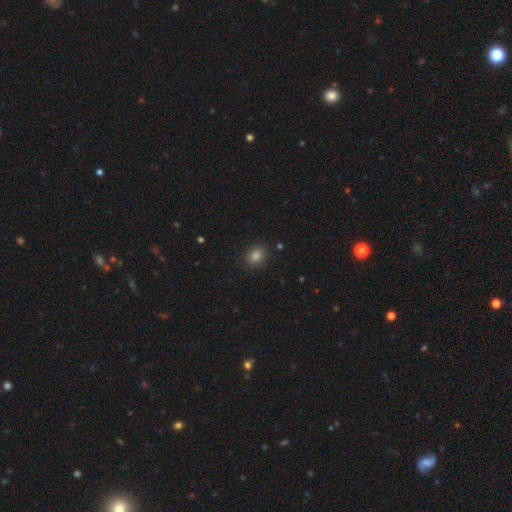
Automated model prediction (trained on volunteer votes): A smooth galaxy with no disk features (81%) that is round (54%). Merging: none (88%).